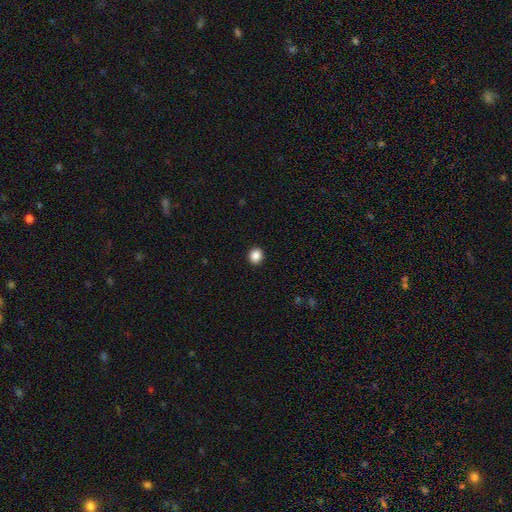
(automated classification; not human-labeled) Smooth or featured? smooth (88%)
How rounded? round (80%)
Merging? none (93%)